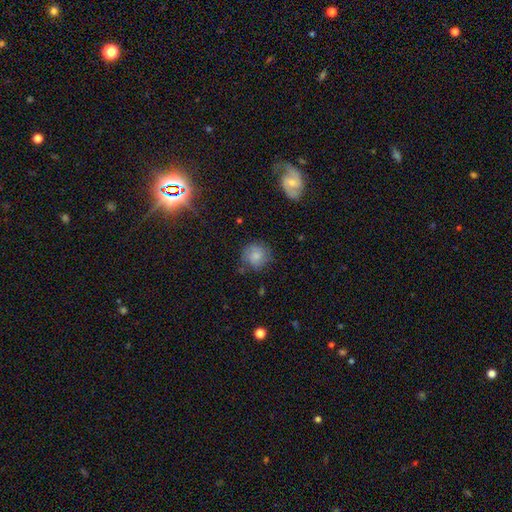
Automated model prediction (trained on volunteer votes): This is likely a smooth galaxy (64%). How rounded: clearly round (86%). Merging: likely none (72%).